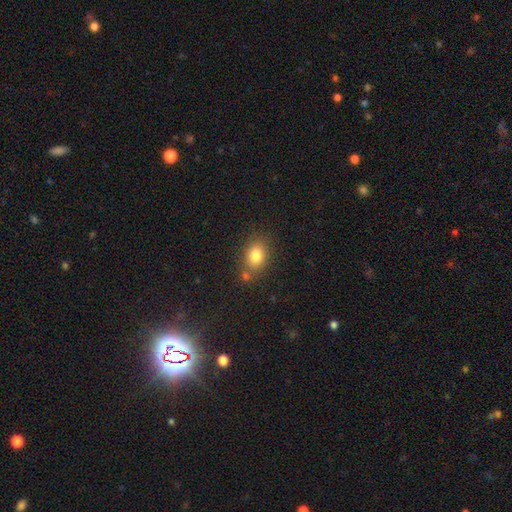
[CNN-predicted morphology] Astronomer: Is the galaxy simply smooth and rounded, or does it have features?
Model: smooth — 82%.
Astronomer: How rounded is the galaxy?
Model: in between — 68%.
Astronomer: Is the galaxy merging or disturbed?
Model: none — 67%.